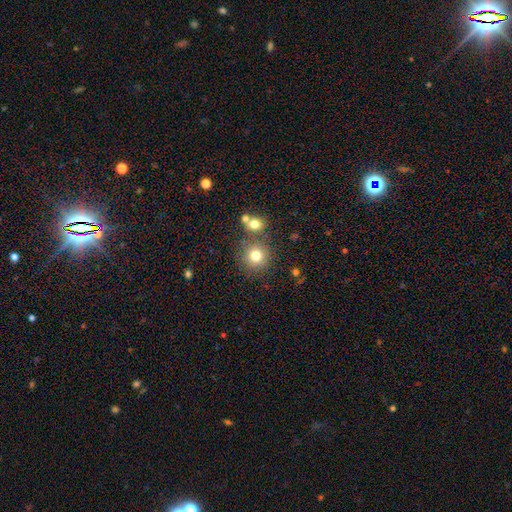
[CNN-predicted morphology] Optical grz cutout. It shows a smooth galaxy with no disk features (77%) that is round (92%). Merging: none (73%).